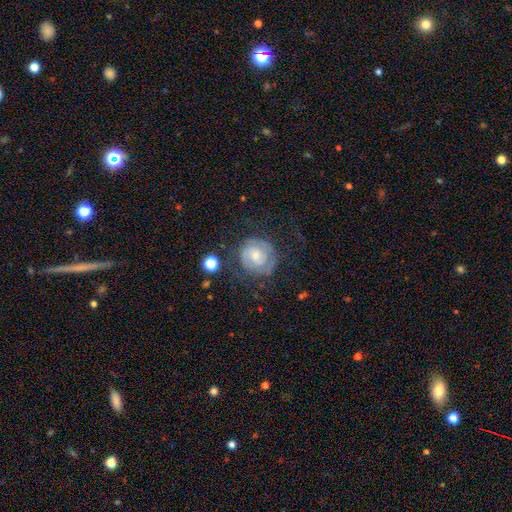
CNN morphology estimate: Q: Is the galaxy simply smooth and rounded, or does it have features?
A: featured or disk — 70%.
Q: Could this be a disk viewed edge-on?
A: no — 98%.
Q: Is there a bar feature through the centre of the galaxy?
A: no — 61%.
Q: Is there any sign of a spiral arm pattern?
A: yes — 90%.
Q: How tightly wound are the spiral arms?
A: tight — 59%.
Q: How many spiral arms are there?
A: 2 — 59%.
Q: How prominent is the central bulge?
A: small — 50%.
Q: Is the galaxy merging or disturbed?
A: none — 66%.